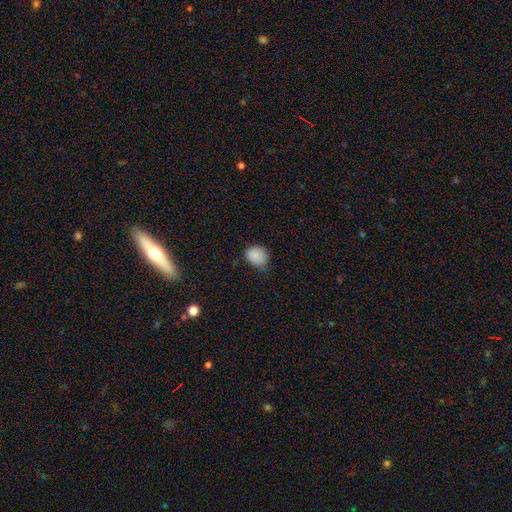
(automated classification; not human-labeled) Morphology: type=smooth (86%); roundness=round (61%); merging=none (59%).